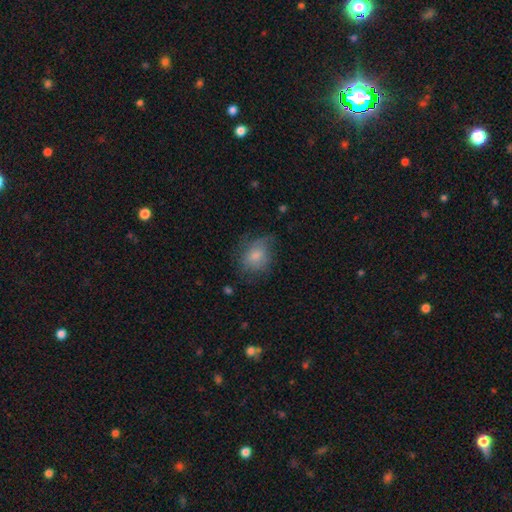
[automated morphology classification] Q: Smooth or featured?
A: smooth (68%); runner-up: featured or disk (23%)
Q: How rounded?
A: in between (54%); runner-up: round (44%)
Q: Merging?
A: none (52%); runner-up: minor disturbance (30%)